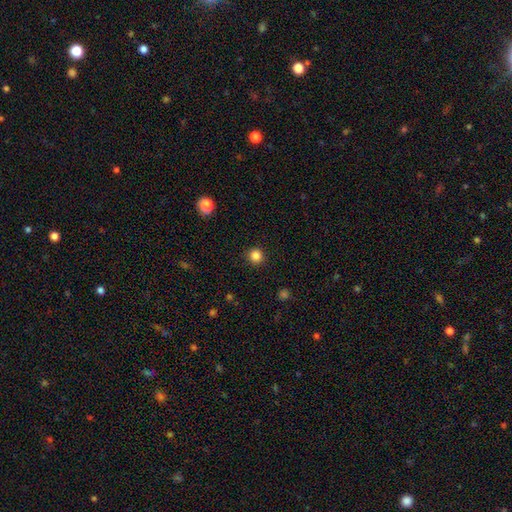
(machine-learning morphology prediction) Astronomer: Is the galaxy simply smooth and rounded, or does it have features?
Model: smooth — 84%.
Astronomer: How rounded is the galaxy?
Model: round — 94%.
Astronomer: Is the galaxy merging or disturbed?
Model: none — 92%.